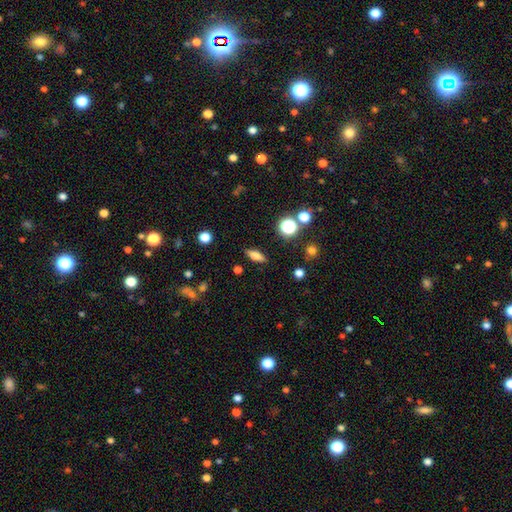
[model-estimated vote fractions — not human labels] This appears to be a smooth galaxy with no disk features (67%) that is in between round and cigar-shaped (58%). Merging: none (87%).